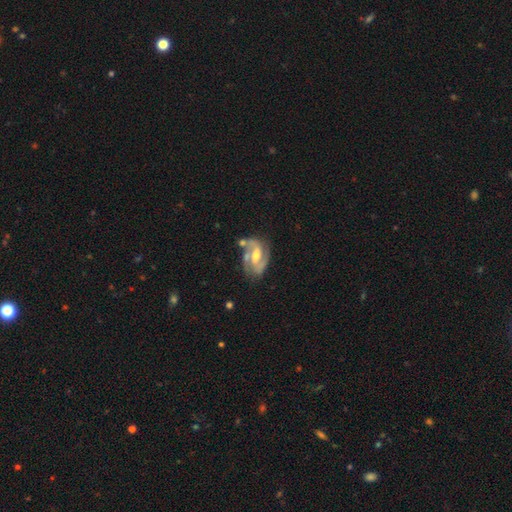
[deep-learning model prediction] Morphology: type=featured or disk (86%); edge-on=no (97%); bar=weak (47%); spiral arms=yes (95%); winding=medium (53%); arm count=2 (78%); bulge=moderate (66%); merging=none (55%).